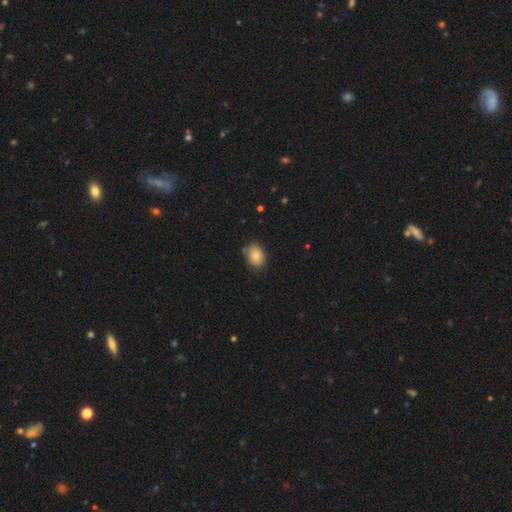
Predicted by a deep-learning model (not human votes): Smooth or featured?
  - smooth: 83% *
  - star or artifact: 9%
  - featured or disk: 8%
How rounded?
  - in between: 62% *
  - round: 37%
  - cigar-shaped: 1%
Merging?
  - none: 77% *
  - minor disturbance: 18%
  - major disturbance: 3%
  - merger: 2%